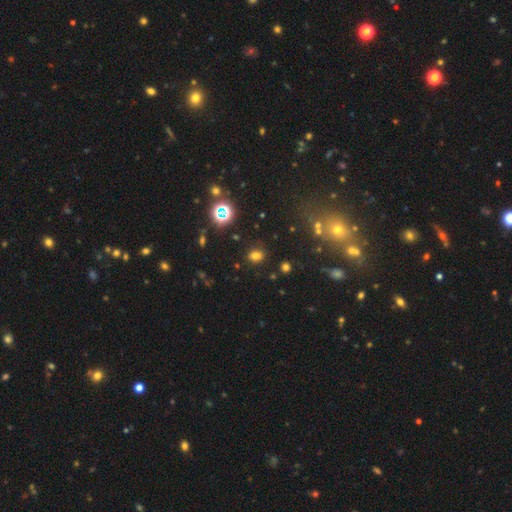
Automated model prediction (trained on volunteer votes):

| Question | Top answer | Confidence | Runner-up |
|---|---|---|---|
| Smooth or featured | smooth | 69% | star or artifact (24%) |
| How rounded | in between | 59% | round (40%) |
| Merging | none | 84% | minor disturbance (10%) |